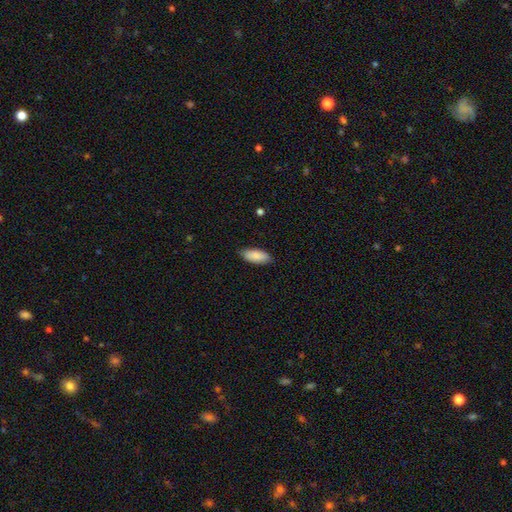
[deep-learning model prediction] Q: Smooth or featured?
A: smooth (89%); runner-up: star or artifact (6%)
Q: How rounded?
A: in between (85%); runner-up: cigar-shaped (13%)
Q: Merging?
A: none (85%); runner-up: minor disturbance (12%)